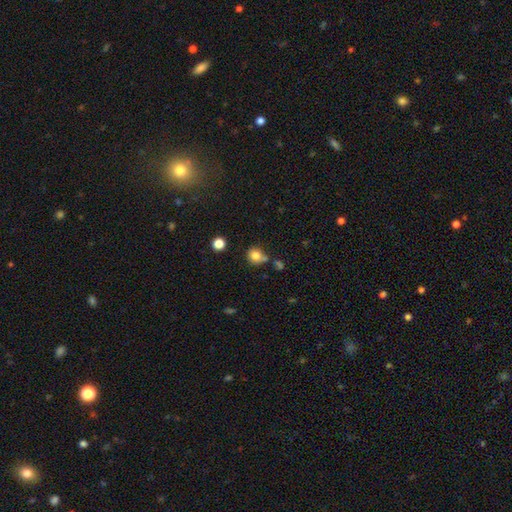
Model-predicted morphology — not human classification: Smooth or featured? smooth (82%)
How rounded? round (85%)
Merging? none (65%)